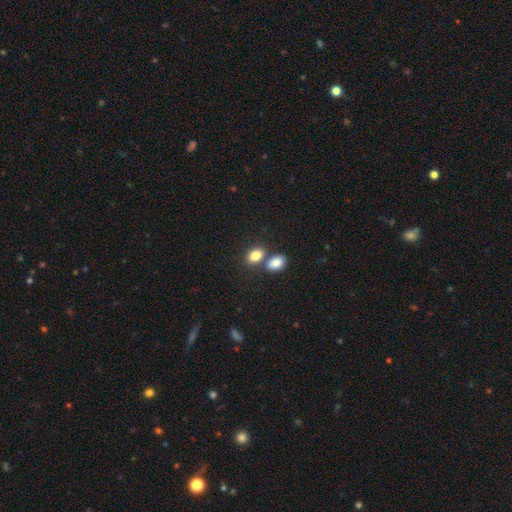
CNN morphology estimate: A smooth galaxy with no disk features (84%) that is in between round and cigar-shaped (77%).

Vote fractions:
- Smooth or featured? smooth: 84% / star or artifact: 9% / featured or disk: 7%
- How rounded? in between: 77% / round: 22% / cigar-shaped: 1%
- Merging? none: 50% / merger: 37% / minor disturbance: 10% / major disturbance: 3%